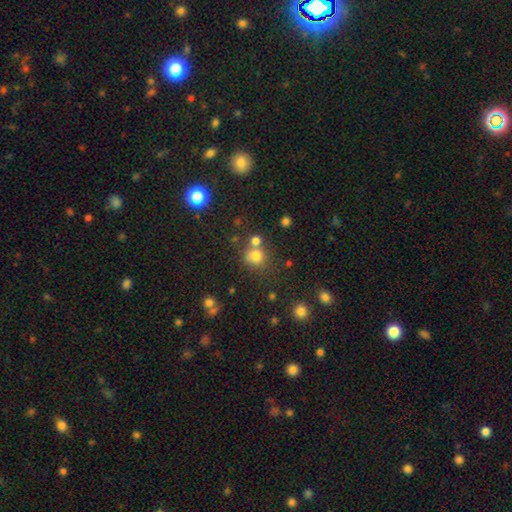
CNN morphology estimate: A smooth galaxy with no disk features (75%) that is round (85%).

Vote fractions:
- Smooth or featured? smooth: 75% / star or artifact: 17% / featured or disk: 8%
- How rounded? round: 85% / in between: 14% / cigar-shaped: 1%
- Merging? none: 57% / merger: 28% / minor disturbance: 10% / major disturbance: 4%